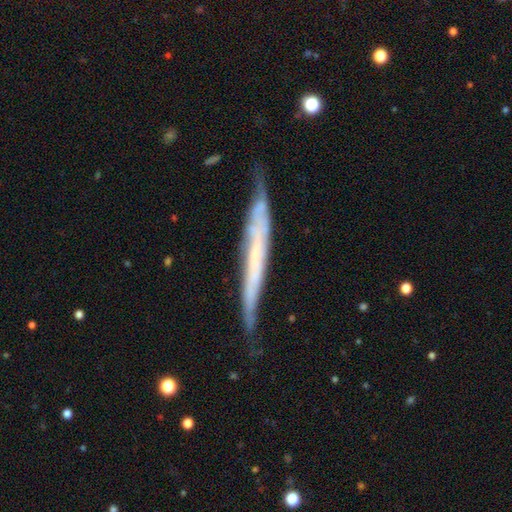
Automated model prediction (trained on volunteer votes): smooth_or_featured: featured or disk (p=0.67) [alt: smooth p=0.27]
disk_edge_on: yes (p=0.83) [alt: no p=0.17]
edge_on_bulge: none (p=0.81) [alt: rounded p=0.11]
merging: none (p=0.63) [alt: minor disturbance p=0.28]